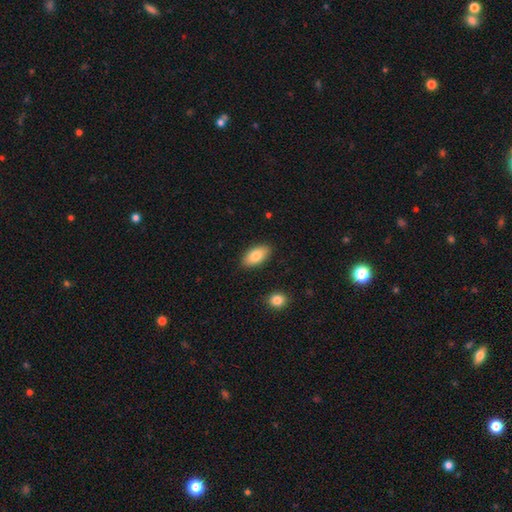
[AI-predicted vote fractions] Smooth or featured: smooth — 83% (featured or disk — 11%)
How rounded: in between — 92% (cigar-shaped — 5%)
Merging: none — 87% (minor disturbance — 9%)